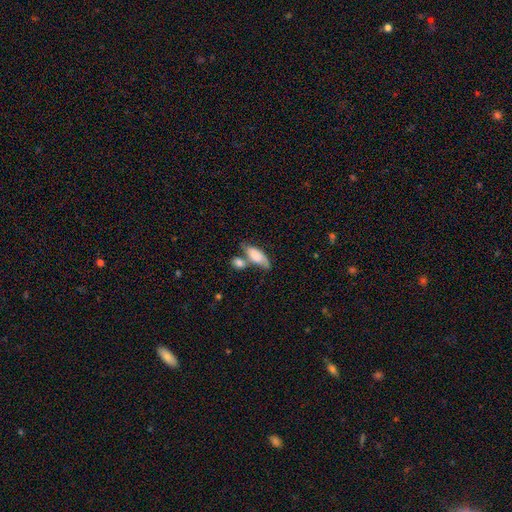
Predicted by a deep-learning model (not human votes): A smooth galaxy with no disk features (72%) that is in between round and cigar-shaped (81%). Merging: merger (42%).